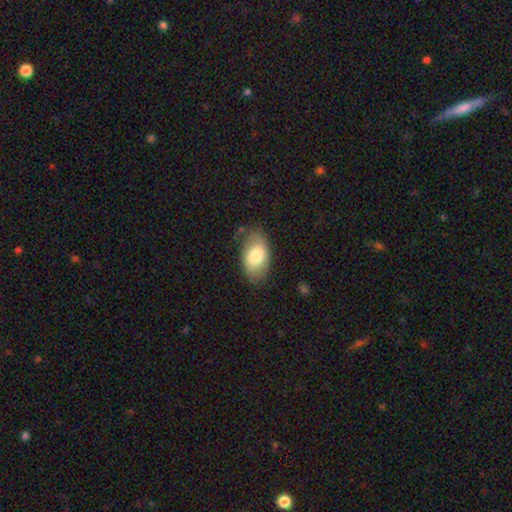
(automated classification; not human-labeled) This is likely a smooth galaxy (78%). How rounded: clearly in between (93%). Merging: likely none (72%).